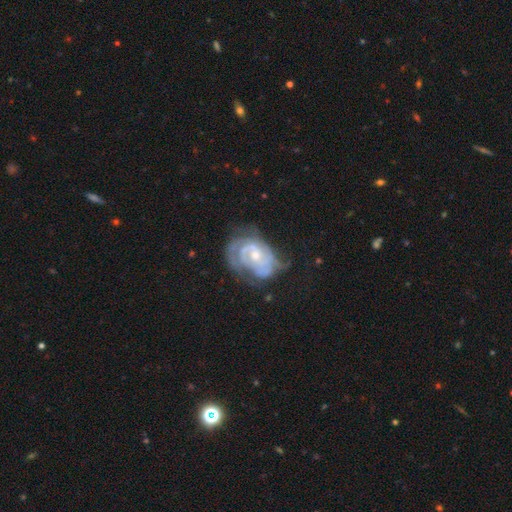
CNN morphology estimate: smooth_or_featured: featured or disk (p=0.83) [alt: smooth p=0.11]
disk_edge_on: no (p=0.97) [alt: yes p=0.03]
bar: no (p=0.69) [alt: weak p=0.25]
has_spiral_arms: yes (p=0.89) [alt: no p=0.11]
spiral_winding: tight (p=0.62) [alt: medium p=0.29]
spiral_arm_count: can't tell (p=0.38) [alt: 2 p=0.33]
bulge_size: small (p=0.53) [alt: moderate p=0.43]
merging: none (p=0.50) [alt: minor disturbance p=0.26]